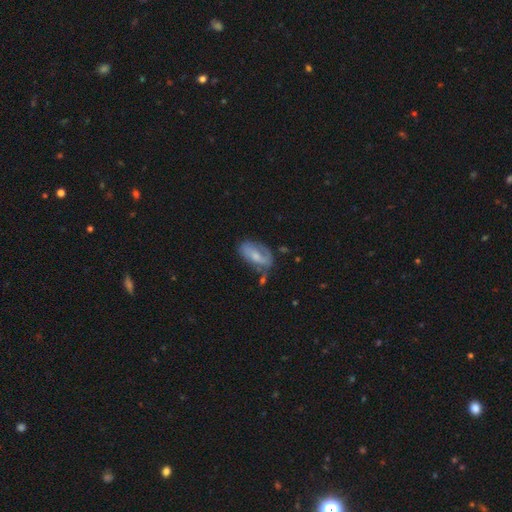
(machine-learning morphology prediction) smooth_or_featured: featured or disk (p=0.47) [alt: smooth p=0.46]
merging: none (p=0.47) [alt: minor disturbance p=0.30]